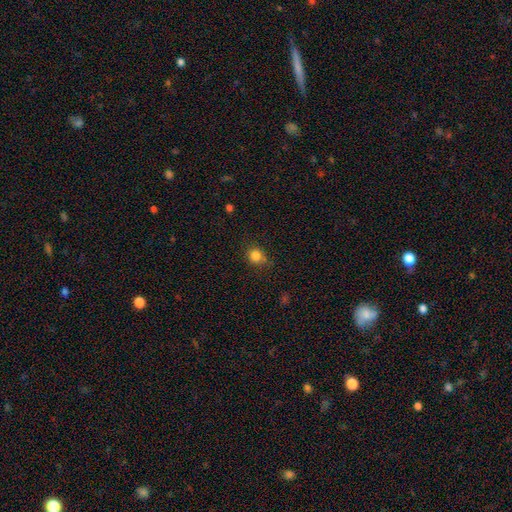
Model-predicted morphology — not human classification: Smooth or featured? smooth (83%)
How rounded? round (79%)
Merging? none (77%)